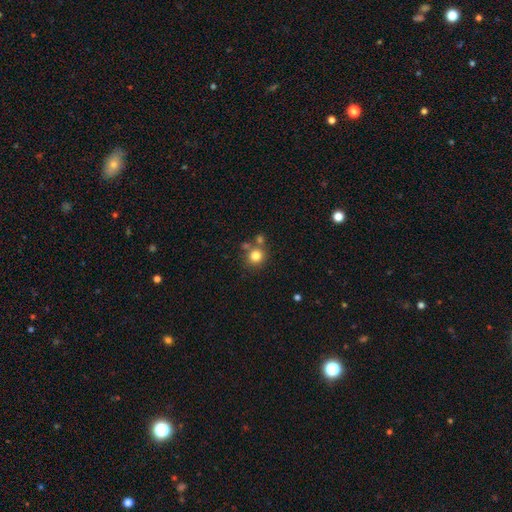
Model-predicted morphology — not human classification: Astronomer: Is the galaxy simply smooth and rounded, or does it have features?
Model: smooth — 80%.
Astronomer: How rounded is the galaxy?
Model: round — 89%.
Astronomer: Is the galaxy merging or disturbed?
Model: none — 67%.